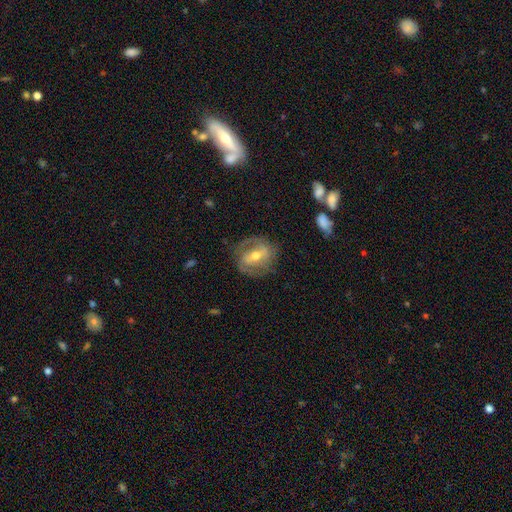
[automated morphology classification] Smooth or featured?
  - featured or disk: 73% *
  - smooth: 21%
  - star or artifact: 7%
Edge-on disk?
  - no: 94% *
  - yes: 6%
Bar?
  - strong: 44% *
  - weak: 37%
  - no: 19%
Spiral arms?
  - yes: 74% *
  - no: 26%
Spiral winding?
  - medium: 42% *
  - tight: 41%
  - loose: 17%
Spiral arm count?
  - 2: 73% *
  - can't tell: 16%
  - 1: 5%
  - 3: 3%
  - 4: 1%
  - more than 4: 1%
Bulge size?
  - moderate: 66% *
  - small: 29%
  - large: 4%
  - none: 1%
  - dominant: 1%
Merging?
  - none: 73% *
  - minor disturbance: 17%
  - major disturbance: 9%
  - merger: 2%